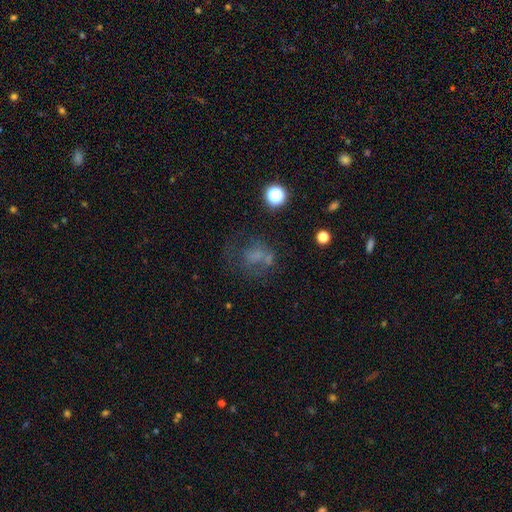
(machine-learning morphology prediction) Q: Smooth or featured?
A: smooth (45%); runner-up: featured or disk (31%)
Q: Merging?
A: none (44%); runner-up: major disturbance (27%)